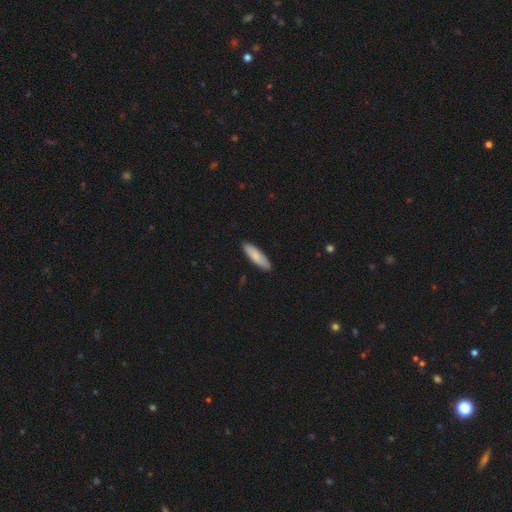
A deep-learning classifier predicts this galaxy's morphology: smooth_or_featured: smooth (p=0.82) [alt: featured or disk p=0.13]
how_rounded: cigar-shaped (p=0.60) [alt: in between p=0.39]
merging: none (p=0.89) [alt: minor disturbance p=0.09]